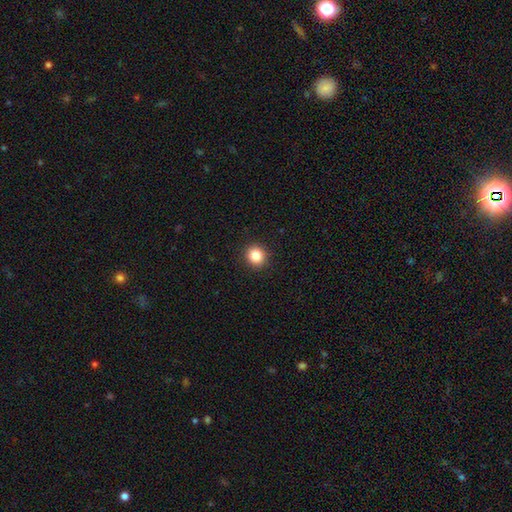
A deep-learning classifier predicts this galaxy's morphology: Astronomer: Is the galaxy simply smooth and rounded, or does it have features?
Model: smooth — 85%.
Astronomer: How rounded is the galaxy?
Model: round — 88%.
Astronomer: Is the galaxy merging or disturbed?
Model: none — 92%.